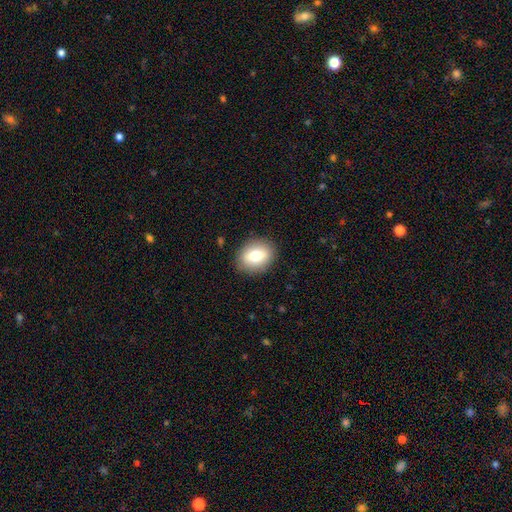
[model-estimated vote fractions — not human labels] smooth_or_featured: smooth (p=0.75) [alt: featured or disk p=0.17]
how_rounded: in between (p=0.58) [alt: round p=0.41]
merging: none (p=0.88) [alt: minor disturbance p=0.09]